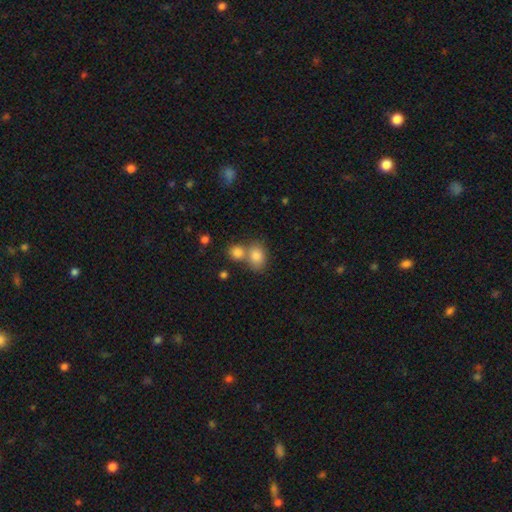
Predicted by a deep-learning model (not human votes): Smooth or featured? Predicted: smooth (p=0.83). How rounded? Predicted: in between (p=0.55). Merging? Predicted: none (p=0.43).